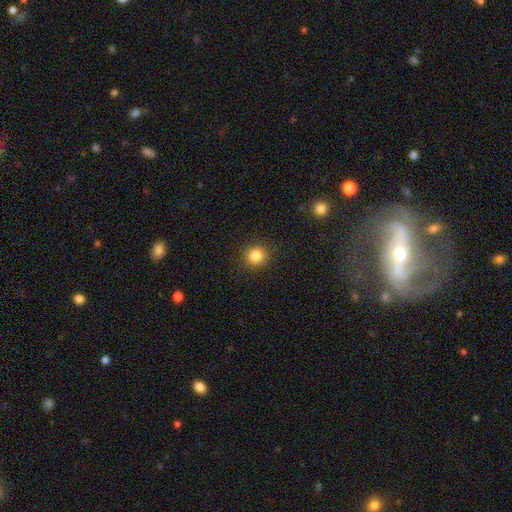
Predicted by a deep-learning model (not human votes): smooth 84%, star or artifact 11%, featured or disk 5%. Down the decision tree: how rounded — round (90%); merging — none (90%).